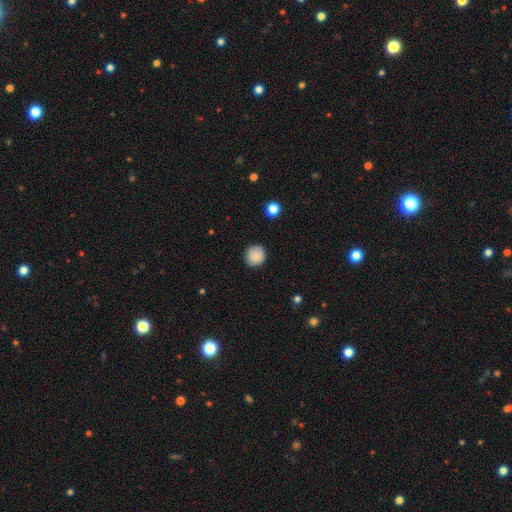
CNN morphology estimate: smooth 85%, star or artifact 8%, featured or disk 7%. Down the decision tree: how rounded — round (92%); merging — none (88%).